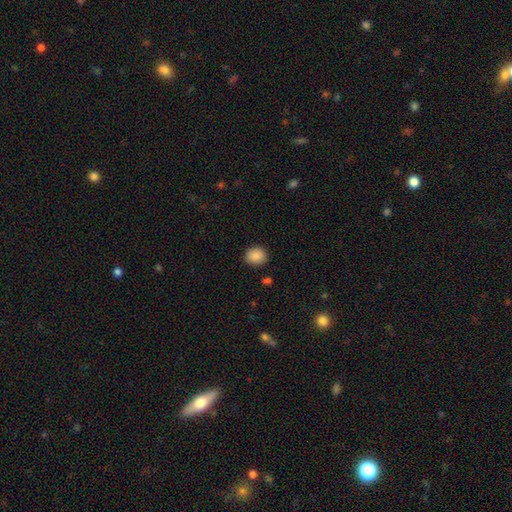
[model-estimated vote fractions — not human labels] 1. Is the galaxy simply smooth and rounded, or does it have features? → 89% smooth, 8% star or artifact, 3% featured or disk.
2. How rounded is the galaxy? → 68% round, 31% in between, 1% cigar-shaped.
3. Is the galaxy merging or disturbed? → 89% none, 7% minor disturbance, 2% major disturbance, 1% merger.